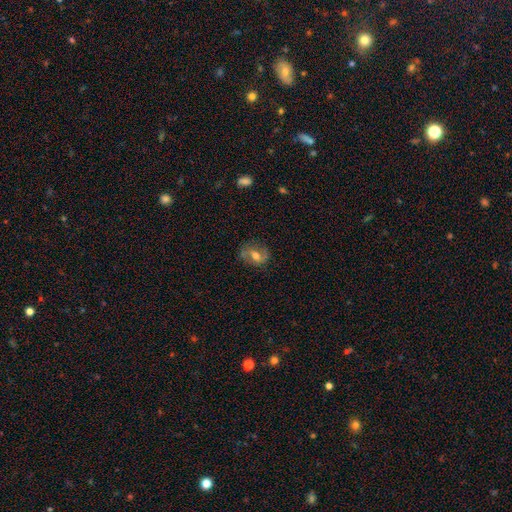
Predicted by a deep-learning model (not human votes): featured or disk 58%, smooth 33%, star or artifact 9%. Down the decision tree: edge-on disk — no (94%); bar — weak (41%); spiral arms — yes (77%); bulge size — moderate (70%); merging — none (74%).